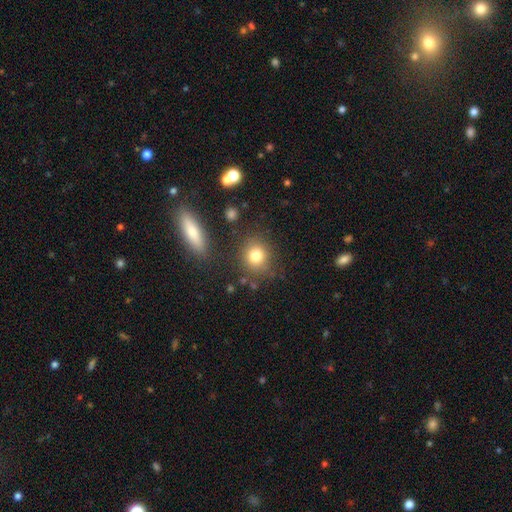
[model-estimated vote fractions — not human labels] A smooth galaxy with no disk features (81%) that is round (76%). Merging: none (80%).